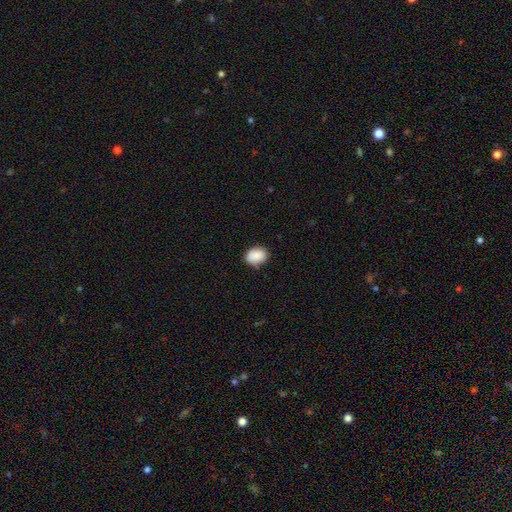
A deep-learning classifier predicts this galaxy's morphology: Smooth or featured? Predicted: smooth (p=0.89). How rounded? Predicted: in between (p=0.68). Merging? Predicted: none (p=0.82).